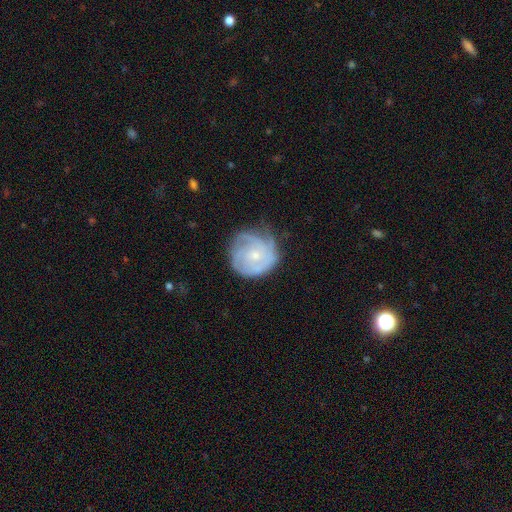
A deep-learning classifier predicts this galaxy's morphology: Smooth or featured? featured or disk (75%)
Edge-on disk? no (98%)
Bar? no (78%)
Spiral arms? yes (91%)
Spiral winding? tight (66%)
Spiral arm count? can't tell (33%)
Bulge size? small (64%)
Merging? none (63%)